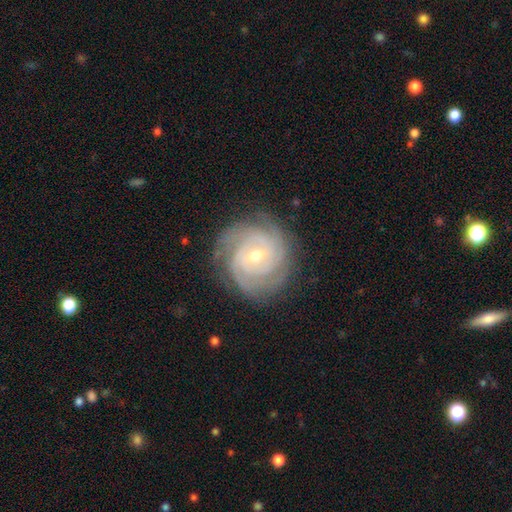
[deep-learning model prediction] Q: Smooth or featured?
A: featured or disk (89%); runner-up: smooth (6%)
Q: Edge-on disk?
A: no (98%); runner-up: yes (2%)
Q: Bar?
A: no (52%); runner-up: weak (37%)
Q: Spiral arms?
A: yes (98%); runner-up: no (2%)
Q: Spiral winding?
A: tight (80%); runner-up: medium (18%)
Q: Spiral arm count?
A: 3 (33%); runner-up: 4 (21%)
Q: Bulge size?
A: moderate (51%); runner-up: small (46%)
Q: Merging?
A: none (82%); runner-up: minor disturbance (13%)